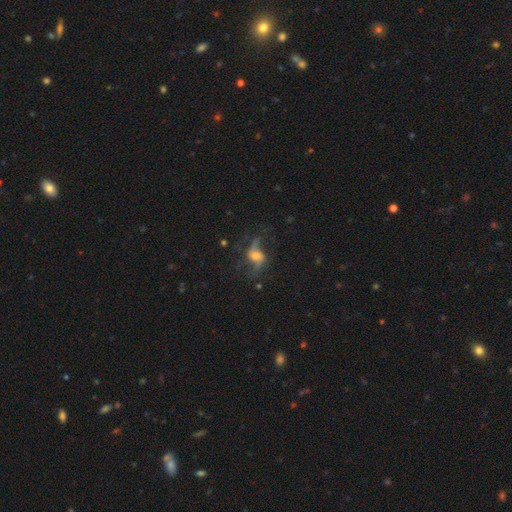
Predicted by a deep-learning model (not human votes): A featured or disk galaxy (74%) with no bar (53%), 2 (84%) loose (77%) spiral arms (88%) and a moderate central bulge (50%).

Vote fractions:
- Smooth or featured? featured or disk: 74% / smooth: 15% / star or artifact: 11%
- Edge-on disk? no: 94% / yes: 6%
- Bar? no: 53% / weak: 32% / strong: 15%
- Spiral arms? yes: 88% / no: 12%
- Spiral winding? loose: 77% / medium: 19% / tight: 4%
- Spiral arm count? 2: 84% / can't tell: 5% / 1: 4% / 3: 4% / 4: 2% / more than 4: 2%
- Bulge size? moderate: 50% / small: 37% / large: 8% / none: 3% / dominant: 2%
- Merging? none: 59% / major disturbance: 22% / minor disturbance: 17% / merger: 3%